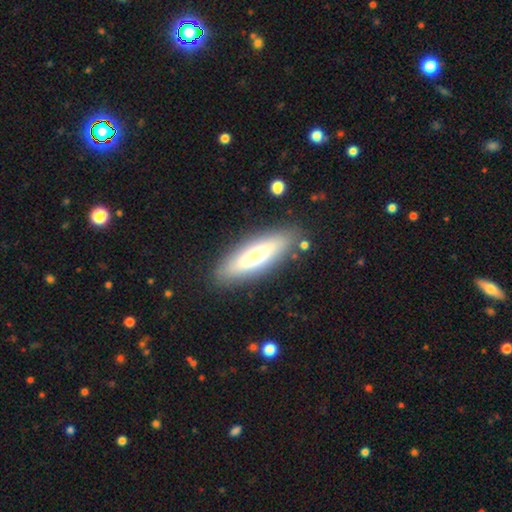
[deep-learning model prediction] This appears to be a smooth galaxy with no disk features (61%) that is in between round and cigar-shaped (50%). Merging: none (84%).